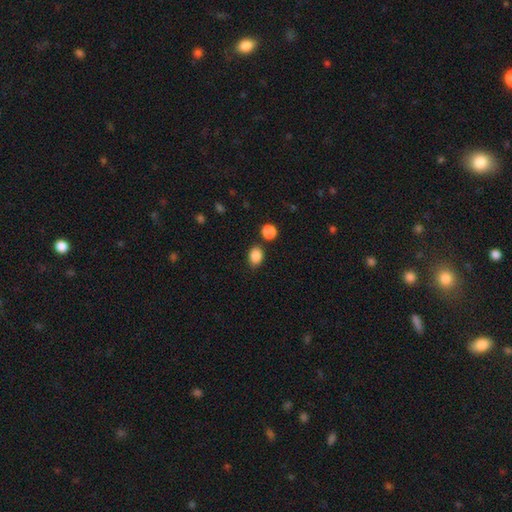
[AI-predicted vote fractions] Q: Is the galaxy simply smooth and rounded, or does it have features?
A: smooth — 87%.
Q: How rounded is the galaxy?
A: in between — 66%.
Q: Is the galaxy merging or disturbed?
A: none — 76%.